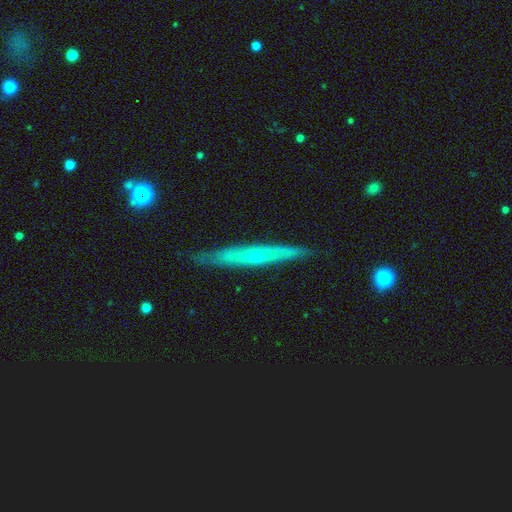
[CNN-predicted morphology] featured or disk 69%, smooth 25%, star or artifact 6%. Down the decision tree: edge-on disk — yes (88%); edge-on bulge — rounded (60%); merging — none (85%).